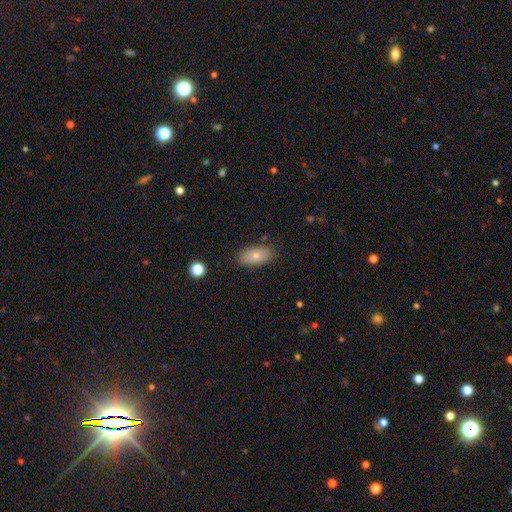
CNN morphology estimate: Smooth or featured?
  - smooth: 76% *
  - featured or disk: 16%
  - star or artifact: 8%
How rounded?
  - in between: 91% *
  - cigar-shaped: 5%
  - round: 4%
Merging?
  - none: 83% *
  - minor disturbance: 12%
  - major disturbance: 3%
  - merger: 2%